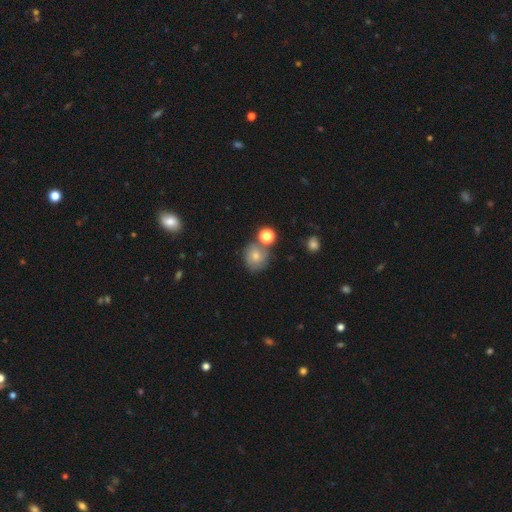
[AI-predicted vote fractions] Smooth or featured: smooth — 68% (featured or disk — 19%)
How rounded: round — 81% (in between — 18%)
Merging: none — 60% (merger — 19%)